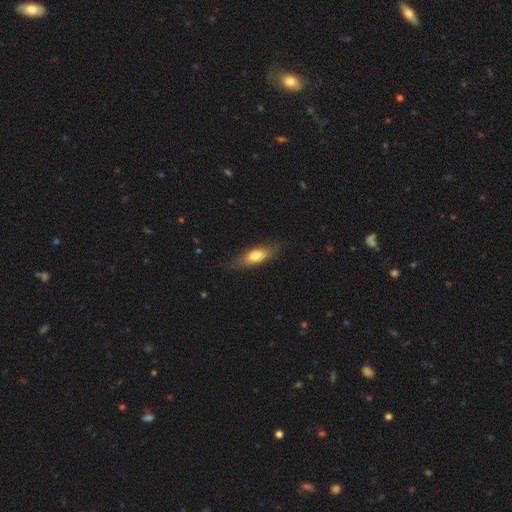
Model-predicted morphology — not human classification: Smooth or featured: smooth — 68% (featured or disk — 26%)
How rounded: in between — 63% (cigar-shaped — 33%)
Merging: none — 72% (minor disturbance — 21%)